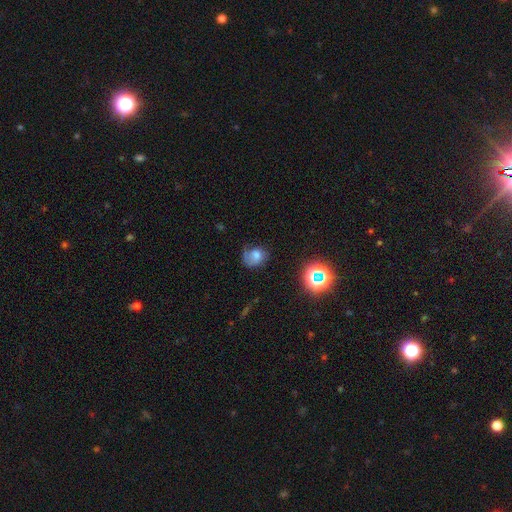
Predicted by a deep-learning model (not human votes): The model was most divided on "merging": none: 44%, minor disturbance: 29%, major disturbance: 24%, merger: 3%. More confident: how rounded — round (58%); smooth or featured — smooth (55%).